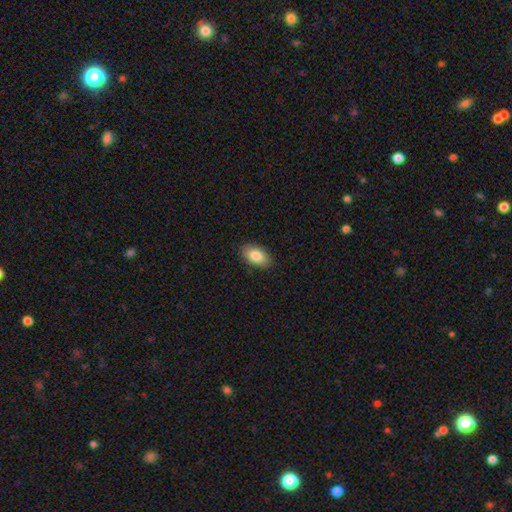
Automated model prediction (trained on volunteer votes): Q: Smooth or featured?
A: smooth (85%); runner-up: featured or disk (8%)
Q: How rounded?
A: in between (94%); runner-up: round (5%)
Q: Merging?
A: none (88%); runner-up: minor disturbance (9%)